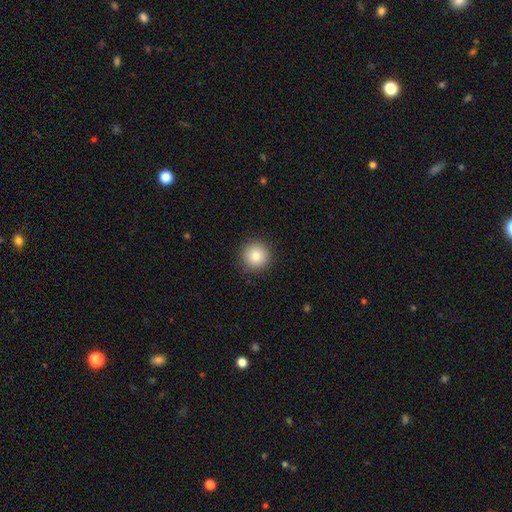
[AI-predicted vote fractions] A smooth galaxy with no disk features (85%) that is round (95%).

Vote fractions:
- Smooth or featured? smooth: 85% / star or artifact: 9% / featured or disk: 6%
- How rounded? round: 95% / in between: 4% / cigar-shaped: 1%
- Merging? none: 91% / minor disturbance: 6% / major disturbance: 2% / merger: 1%